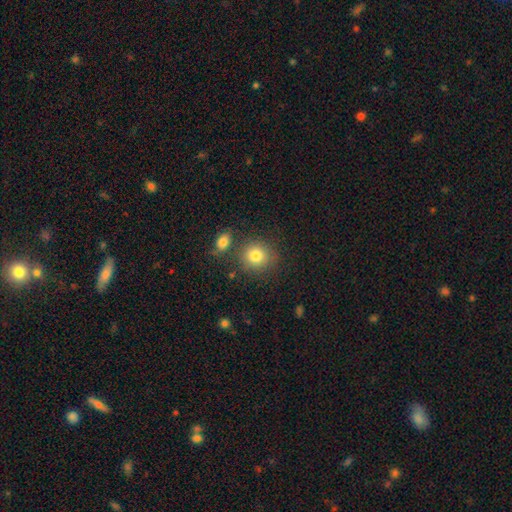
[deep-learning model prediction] This appears to be a smooth galaxy with no disk features (82%) that is round (85%). Merging: none (78%).